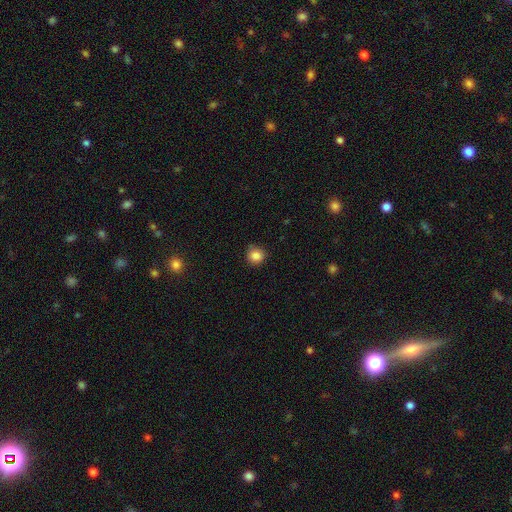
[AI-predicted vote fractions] smooth 85%, star or artifact 11%, featured or disk 4%. Down the decision tree: how rounded — round (90%); merging — none (84%).